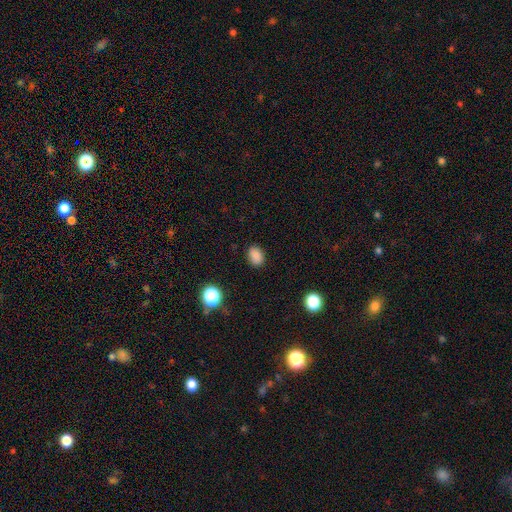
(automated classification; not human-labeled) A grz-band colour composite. It shows a smooth galaxy with no disk features (85%) that is in between round and cigar-shaped (68%). Merging: none (86%).